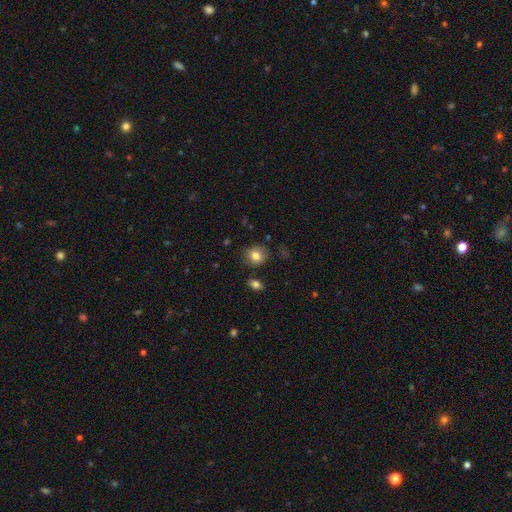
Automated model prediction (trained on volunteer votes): The model was most divided on "how rounded": round: 70%, in between: 29%, cigar-shaped: 1%. More confident: merging — none (81%); smooth or featured — smooth (80%).